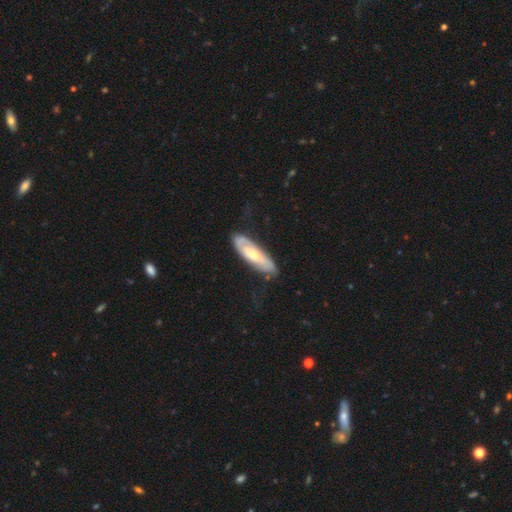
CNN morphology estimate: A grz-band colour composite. It shows a featured or disk galaxy (54%). Merging: none (72%).